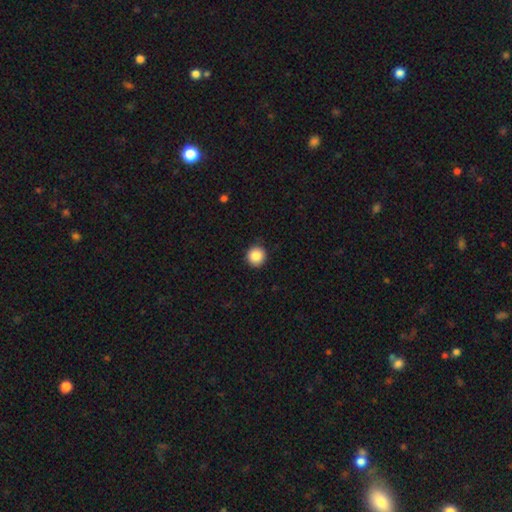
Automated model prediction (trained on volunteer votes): The model was most divided on "smooth or featured": smooth: 86%, star or artifact: 9%, featured or disk: 4%. More confident: how rounded — round (95%); merging — none (91%).